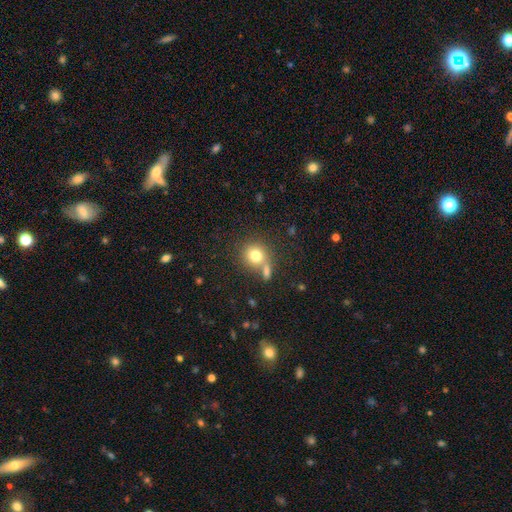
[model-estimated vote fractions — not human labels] smooth-or-featured: smooth: 77% | star or artifact: 12% | featured or disk: 11%
  how-rounded: round: 85% | in between: 14% | cigar-shaped: 1%
  merging: none: 59% | merger: 25% | minor disturbance: 11% | major disturbance: 5%